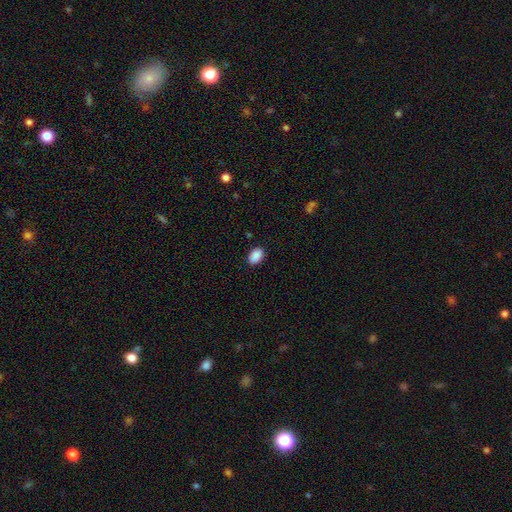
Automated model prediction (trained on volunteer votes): smooth 90%, star or artifact 7%, featured or disk 2%. Down the decision tree: how rounded — in between (88%); merging — none (88%).